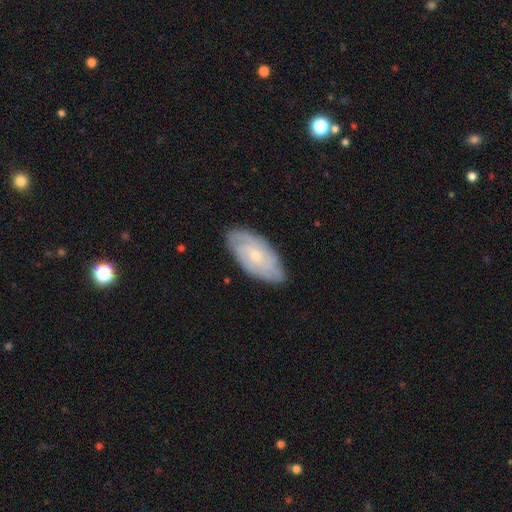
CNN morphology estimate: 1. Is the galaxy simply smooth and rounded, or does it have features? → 65% featured or disk, 28% smooth, 6% star or artifact.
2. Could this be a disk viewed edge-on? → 92% no, 8% yes.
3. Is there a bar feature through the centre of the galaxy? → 72% no, 24% weak, 4% strong.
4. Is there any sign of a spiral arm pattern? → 88% yes, 12% no.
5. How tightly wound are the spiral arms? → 63% tight, 28% medium, 8% loose.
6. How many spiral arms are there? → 48% can't tell, 20% 2, 14% 3, 10% 4, 4% more than 4, 4% 1.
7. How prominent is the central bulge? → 71% small, 25% moderate, 2% none, 1% large, 1% dominant.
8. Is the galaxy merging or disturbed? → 81% none, 15% minor disturbance, 3% major disturbance, 1% merger.